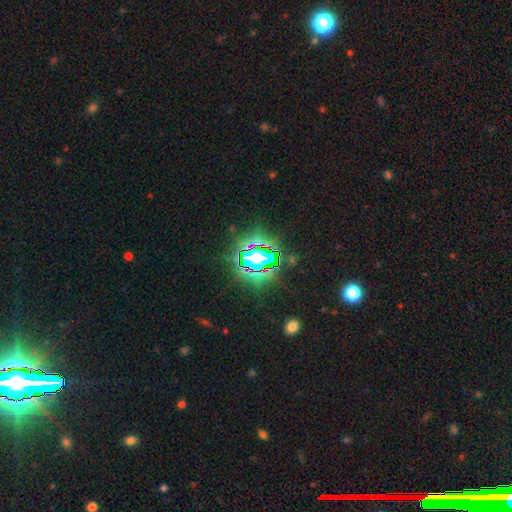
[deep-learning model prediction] Morphology: type=star or artifact (80%).